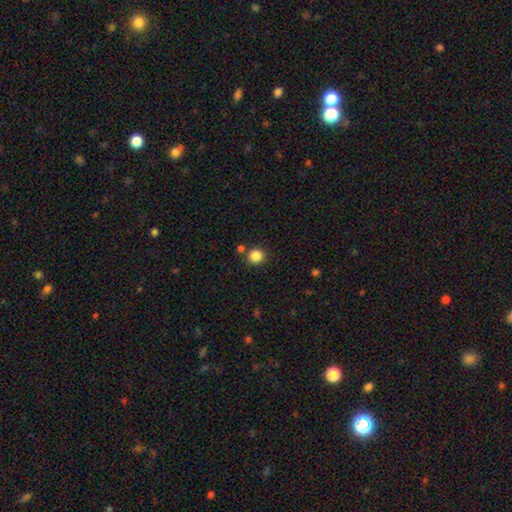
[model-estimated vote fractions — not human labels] Morphology: type=smooth (85%); roundness=round (89%); merging=none (82%).